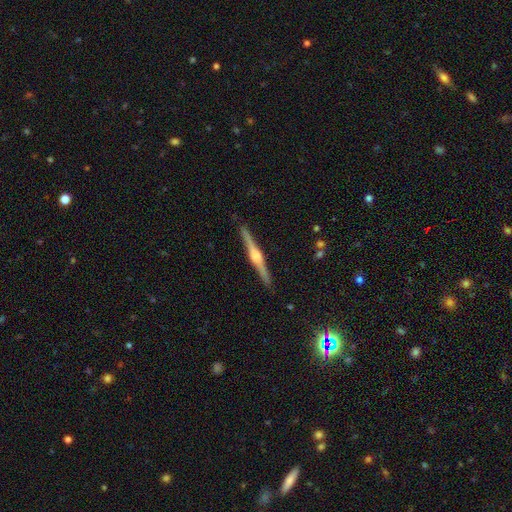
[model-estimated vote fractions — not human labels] This is clearly a featured or disk galaxy (83%). It is clearly viewed edge-on (99%). Edge-on bulge: clearly rounded (81%). Merging: clearly none (91%).